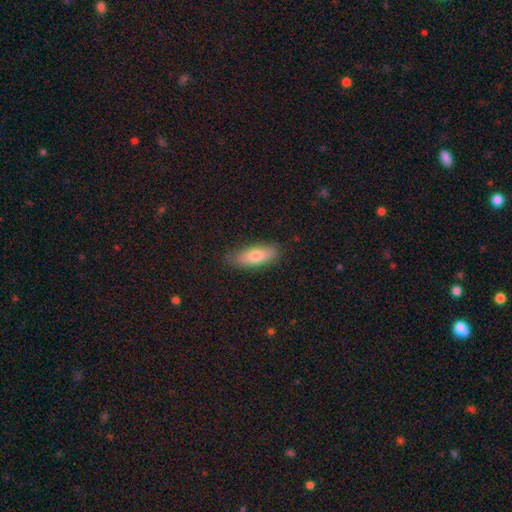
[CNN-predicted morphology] A smooth galaxy with no disk features (75%) that is in between round and cigar-shaped (67%).

Vote fractions:
- Smooth or featured? smooth: 75% / featured or disk: 19% / star or artifact: 6%
- How rounded? in between: 67% / cigar-shaped: 30% / round: 3%
- Merging? none: 84% / minor disturbance: 13% / major disturbance: 3% / merger: 1%